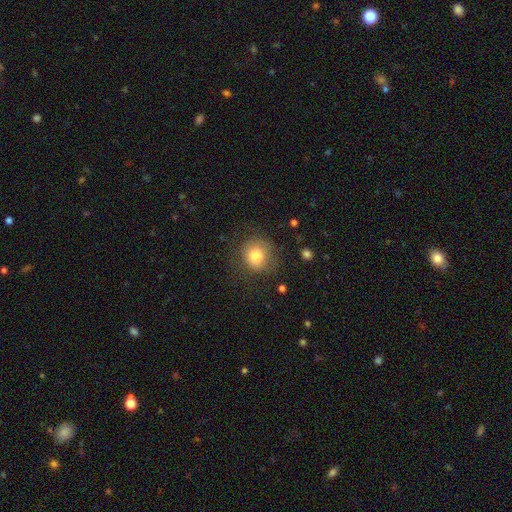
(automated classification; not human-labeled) A smooth galaxy with no disk features (81%) that is round (82%). Merging: none (69%).